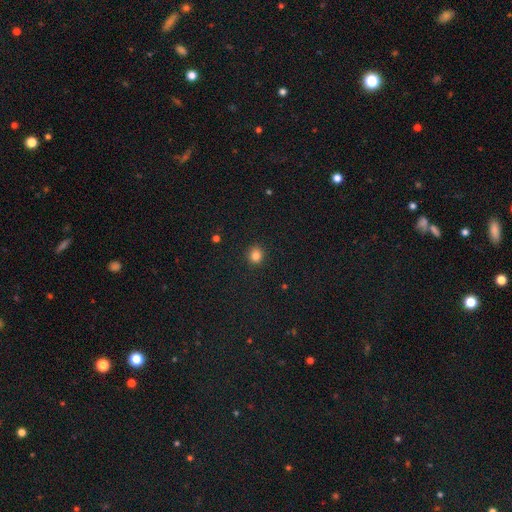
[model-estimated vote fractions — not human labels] smooth_or_featured: smooth (p=0.84) [alt: star or artifact p=0.12]
how_rounded: round (p=0.82) [alt: in between p=0.17]
merging: none (p=0.90) [alt: minor disturbance p=0.07]